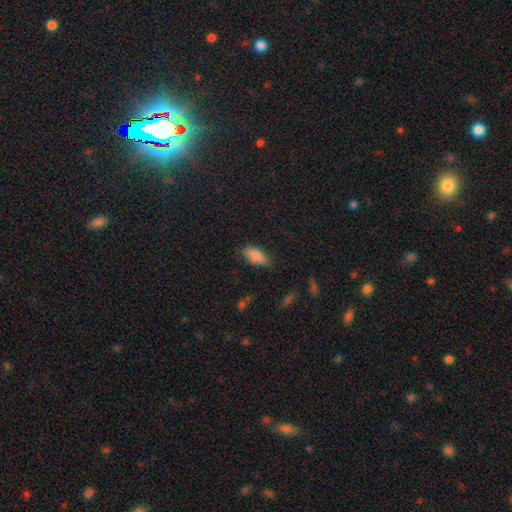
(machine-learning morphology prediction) This appears to be a smooth galaxy with no disk features (81%) that is in between round and cigar-shaped (87%). Merging: none (72%).